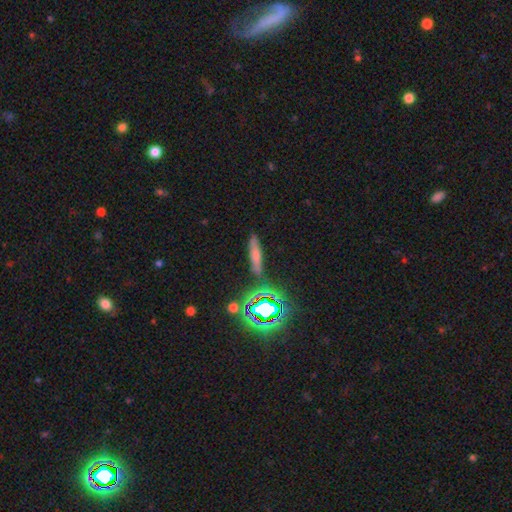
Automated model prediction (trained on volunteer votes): Smooth or featured? Predicted: smooth (p=0.58). How rounded? Predicted: cigar-shaped (p=0.80). Merging? Predicted: none (p=0.80).